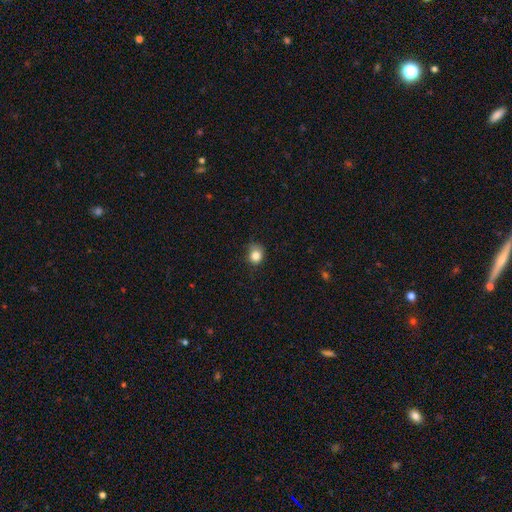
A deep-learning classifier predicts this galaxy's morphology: This appears to be a smooth galaxy with no disk features (83%) that is round (69%). Merging: none (65%).